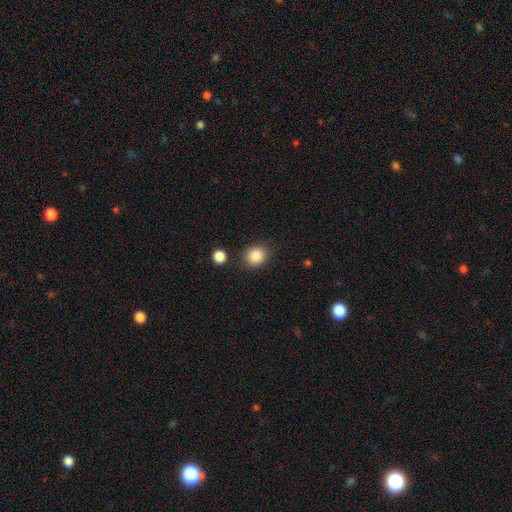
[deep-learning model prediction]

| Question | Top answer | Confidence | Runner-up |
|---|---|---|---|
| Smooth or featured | smooth | 86% | star or artifact (9%) |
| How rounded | round | 73% | in between (26%) |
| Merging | none | 83% | minor disturbance (10%) |